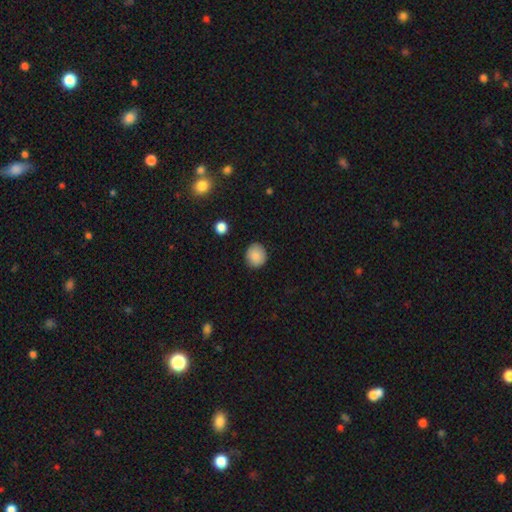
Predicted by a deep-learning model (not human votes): smooth_or_featured: smooth (p=0.87) [alt: star or artifact p=0.08]
how_rounded: round (p=0.81) [alt: in between p=0.18]
merging: none (p=0.87) [alt: minor disturbance p=0.09]